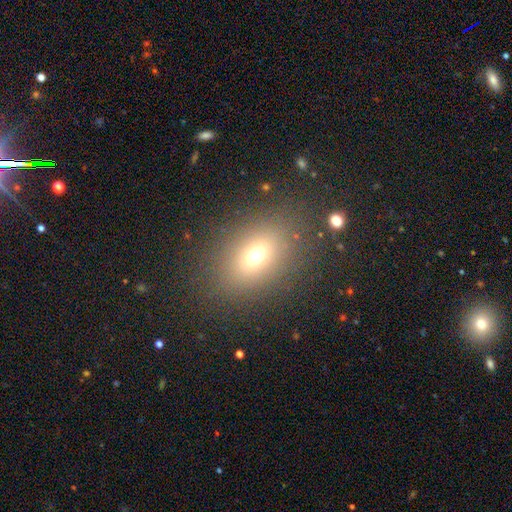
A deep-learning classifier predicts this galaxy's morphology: type=smooth (67%); roundness=in between (66%); merging=none (83%).